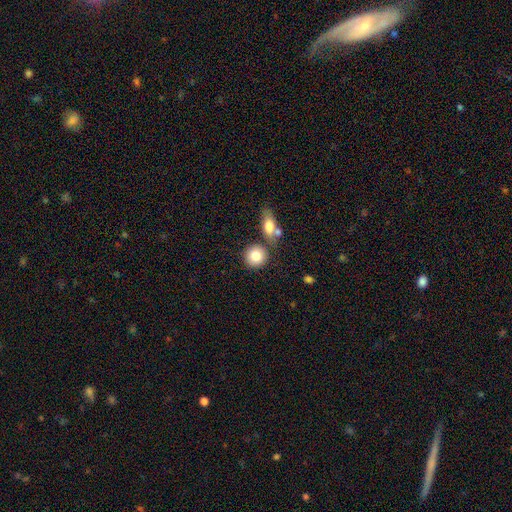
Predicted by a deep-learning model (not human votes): Q: Smooth or featured?
A: smooth (82%); runner-up: featured or disk (10%)
Q: How rounded?
A: round (84%); runner-up: in between (14%)
Q: Merging?
A: none (70%); runner-up: merger (16%)